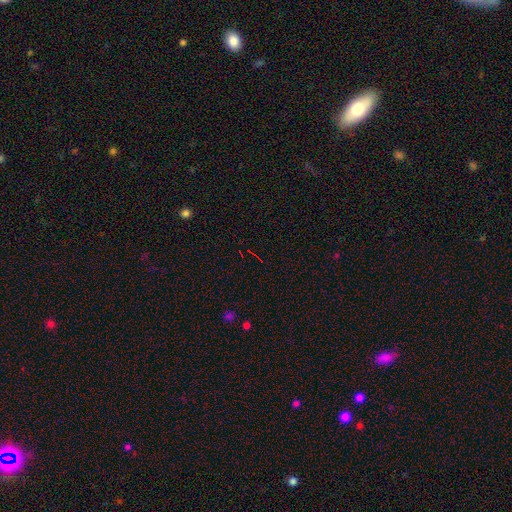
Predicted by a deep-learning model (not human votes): The model was most divided on "smooth or featured": star or artifact: 74%, smooth: 15%, featured or disk: 11%.